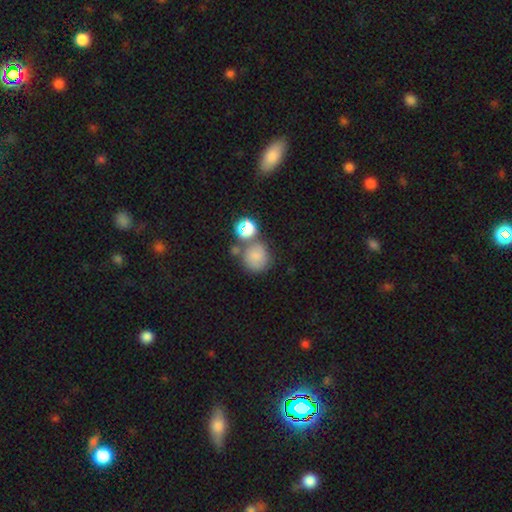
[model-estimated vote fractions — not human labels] Q: Smooth or featured?
A: smooth (77%); runner-up: star or artifact (13%)
Q: How rounded?
A: round (86%); runner-up: in between (13%)
Q: Merging?
A: none (54%); runner-up: merger (27%)